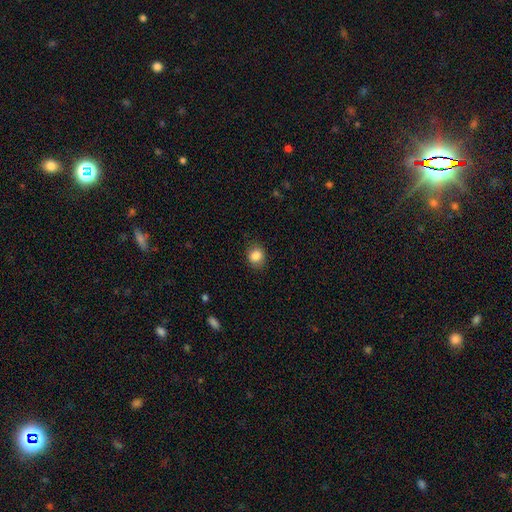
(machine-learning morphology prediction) smooth-or-featured: smooth: 85% | star or artifact: 9% | featured or disk: 6%
  how-rounded: round: 64% | in between: 35% | cigar-shaped: 1%
  merging: none: 84% | minor disturbance: 12% | major disturbance: 3% | merger: 1%